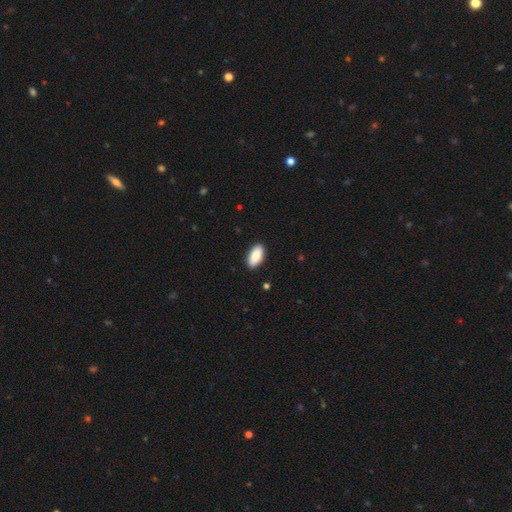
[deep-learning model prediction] Smooth or featured? Predicted: smooth (p=0.89). How rounded? Predicted: in between (p=0.94). Merging? Predicted: none (p=0.89).